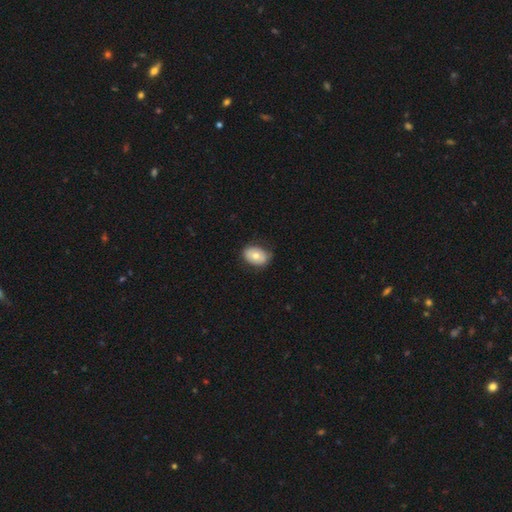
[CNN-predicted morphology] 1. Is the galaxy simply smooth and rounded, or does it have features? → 68% smooth, 25% featured or disk, 7% star or artifact.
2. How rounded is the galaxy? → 76% in between, 23% round, 1% cigar-shaped.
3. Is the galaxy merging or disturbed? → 76% none, 19% minor disturbance, 4% major disturbance, 1% merger.